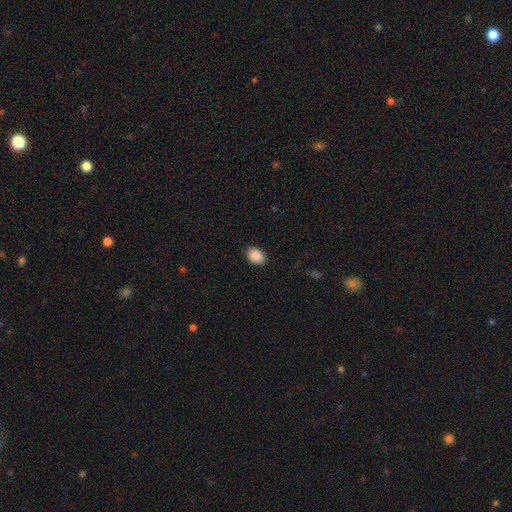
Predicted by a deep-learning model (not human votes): smooth 90%, star or artifact 8%, featured or disk 2%. Down the decision tree: how rounded — in between (68%); merging — none (90%).